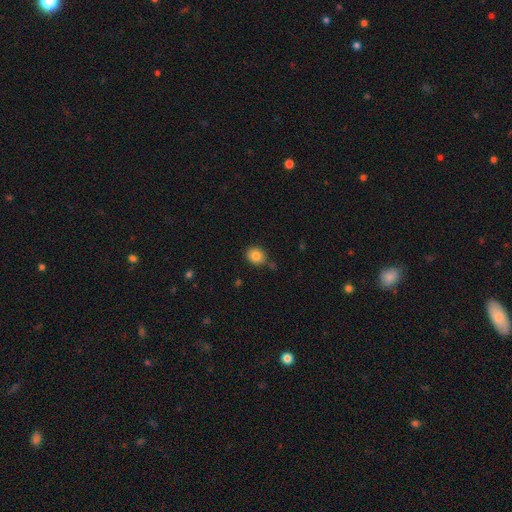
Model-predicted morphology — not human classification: Smooth or featured? smooth (84%)
How rounded? round (62%)
Merging? none (79%)